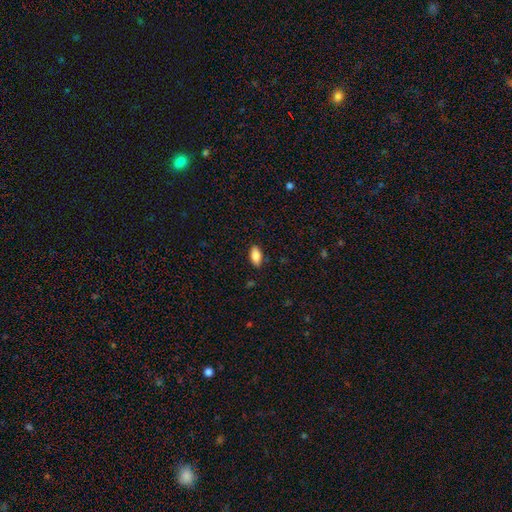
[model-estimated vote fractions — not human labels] The model was most divided on "smooth or featured": smooth: 84%, featured or disk: 9%, star or artifact: 7%. More confident: how rounded — in between (90%); merging — none (87%).